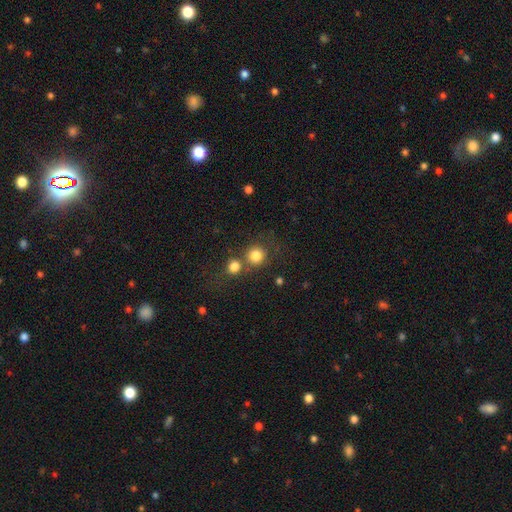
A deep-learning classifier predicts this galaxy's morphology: A smooth galaxy with no disk features (82%) that is round (91%).

Vote fractions:
- Smooth or featured? smooth: 82% / star or artifact: 12% / featured or disk: 7%
- How rounded? round: 91% / in between: 8% / cigar-shaped: 1%
- Merging? none: 59% / merger: 29% / minor disturbance: 8% / major disturbance: 4%